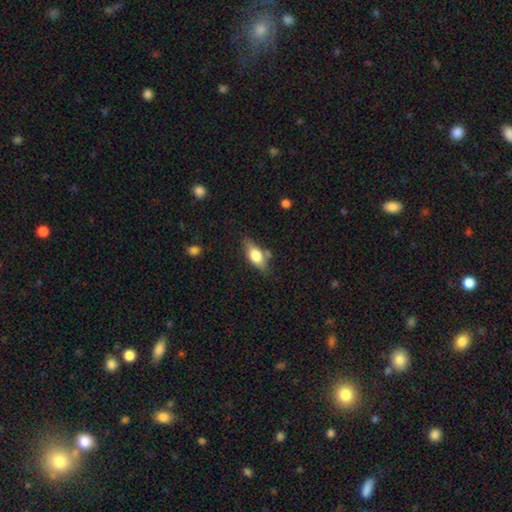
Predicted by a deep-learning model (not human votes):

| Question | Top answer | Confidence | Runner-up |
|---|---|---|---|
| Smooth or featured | smooth | 62% | featured or disk (30%) |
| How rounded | in between | 75% | cigar-shaped (21%) |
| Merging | none | 69% | minor disturbance (19%) |